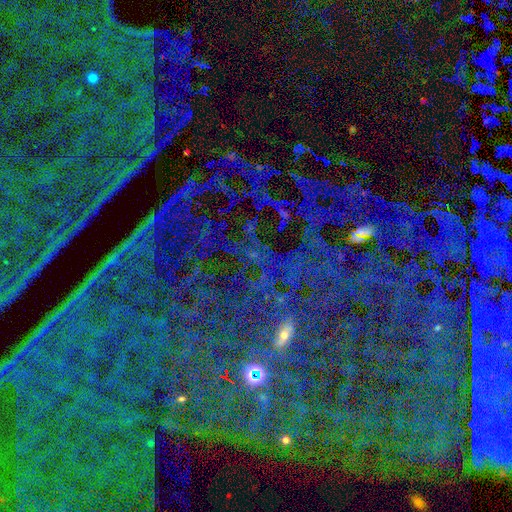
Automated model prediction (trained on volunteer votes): Q: Smooth or featured?
A: star or artifact (77%); runner-up: smooth (13%)